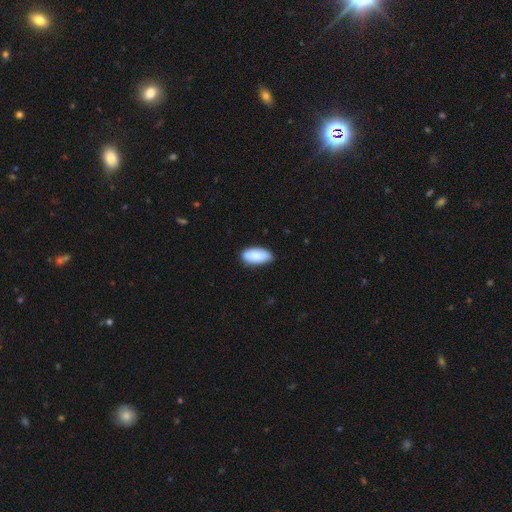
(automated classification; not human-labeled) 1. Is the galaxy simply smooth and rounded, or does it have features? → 89% smooth, 6% star or artifact, 5% featured or disk.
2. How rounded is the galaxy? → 92% in between, 6% cigar-shaped, 2% round.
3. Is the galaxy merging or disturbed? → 81% none, 15% minor disturbance, 2% major disturbance, 1% merger.